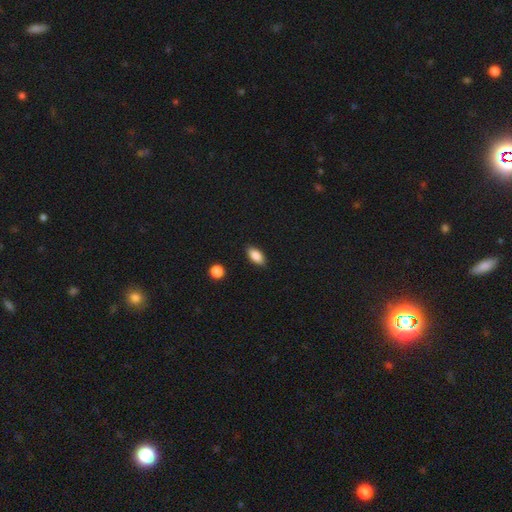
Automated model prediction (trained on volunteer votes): The model was most divided on "merging": none: 88%, minor disturbance: 9%, major disturbance: 2%, merger: 1%. More confident: how rounded — in between (89%); smooth or featured — smooth (87%).